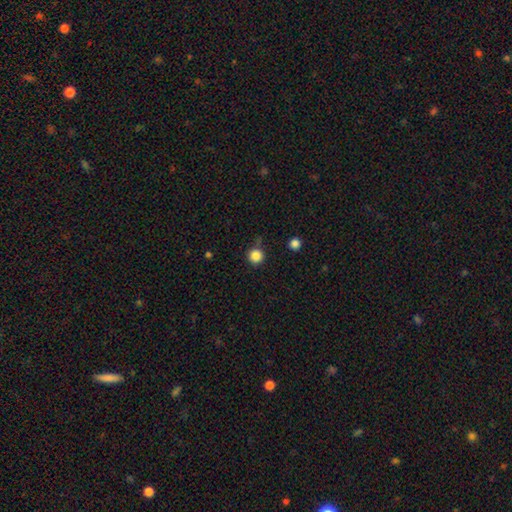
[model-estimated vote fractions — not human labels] smooth 85%, star or artifact 11%, featured or disk 4%. Down the decision tree: how rounded — round (96%); merging — none (82%).